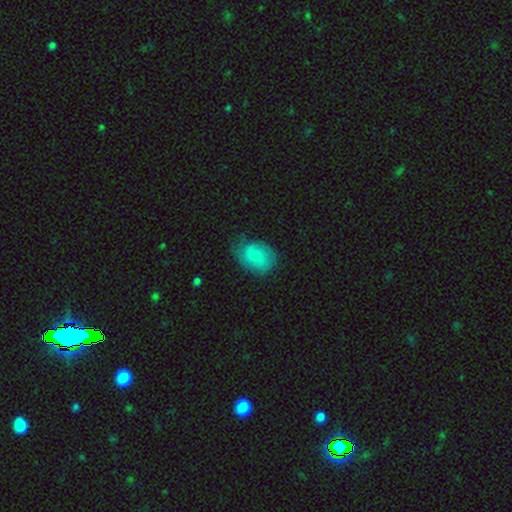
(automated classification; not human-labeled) This appears to be a smooth galaxy with no disk features (63%) that is in between round and cigar-shaped (64%). Merging: none (50%).